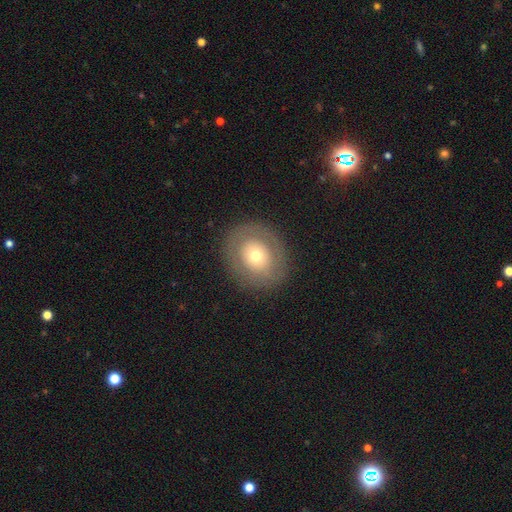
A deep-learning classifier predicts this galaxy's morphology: Smooth or featured?
  - smooth: 57% *
  - featured or disk: 34%
  - star or artifact: 9%
How rounded?
  - round: 74% *
  - in between: 25%
  - cigar-shaped: 1%
Merging?
  - none: 84% *
  - minor disturbance: 10%
  - major disturbance: 5%
  - merger: 1%